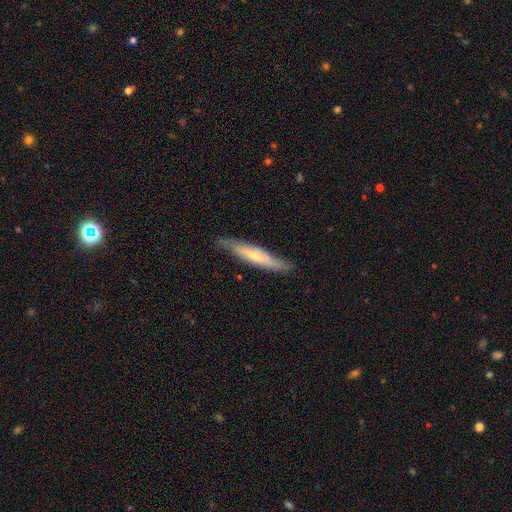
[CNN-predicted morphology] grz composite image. It shows a featured or disk galaxy (47%, tied with smooth). Merging: none (79%).